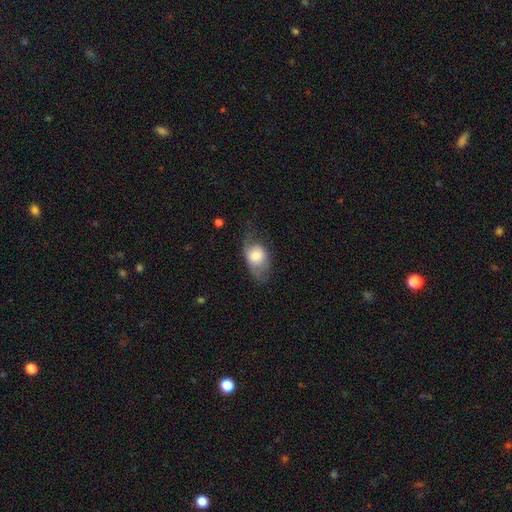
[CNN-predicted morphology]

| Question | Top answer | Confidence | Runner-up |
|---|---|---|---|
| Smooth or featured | smooth | 71% | featured or disk (22%) |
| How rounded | in between | 79% | round (19%) |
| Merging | none | 40% | minor disturbance (33%) |